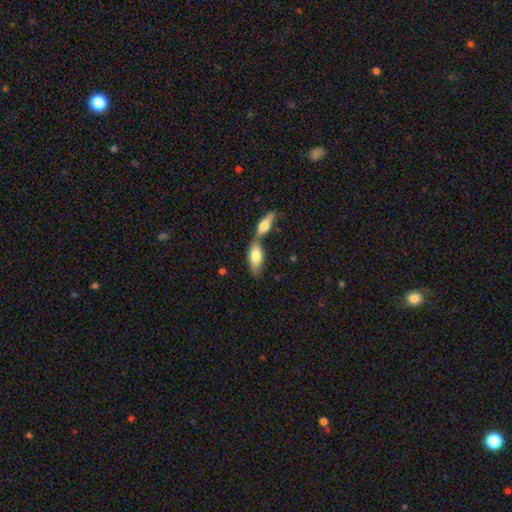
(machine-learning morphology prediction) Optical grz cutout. It shows a smooth galaxy with no disk features (74%) that is in between round and cigar-shaped (82%). Merging: merger (51%).